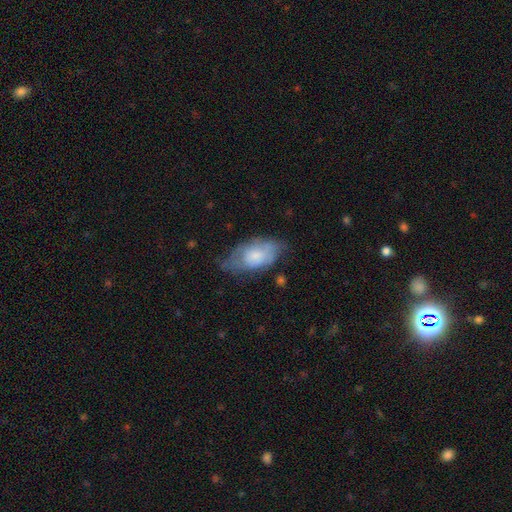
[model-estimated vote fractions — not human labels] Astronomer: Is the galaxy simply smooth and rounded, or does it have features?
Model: smooth — 58% (runner-up: featured or disk, 35%).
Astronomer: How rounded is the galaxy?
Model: in between — 92%.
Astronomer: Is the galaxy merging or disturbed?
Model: none — 48% (runner-up: minor disturbance, 35%).